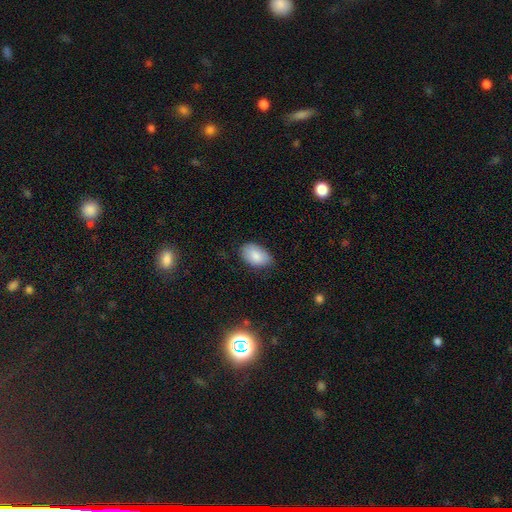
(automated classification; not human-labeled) Smooth or featured? smooth (85%)
How rounded? in between (92%)
Merging? none (71%)